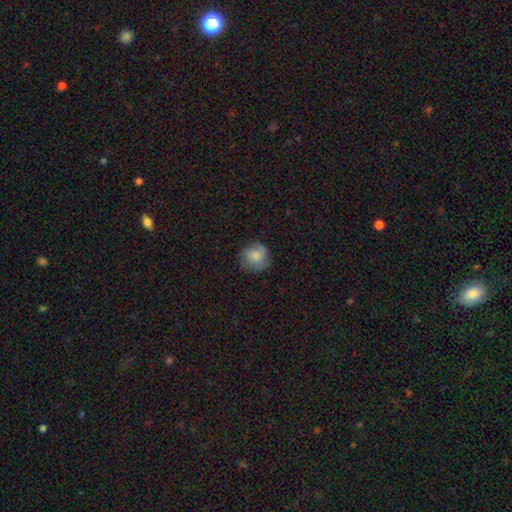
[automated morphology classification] A smooth galaxy with no disk features (80%) that is round (89%).

Vote fractions:
- Smooth or featured? smooth: 80% / featured or disk: 13% / star or artifact: 7%
- How rounded? round: 89% / in between: 10% / cigar-shaped: 1%
- Merging? none: 77% / minor disturbance: 17% / major disturbance: 5% / merger: 1%